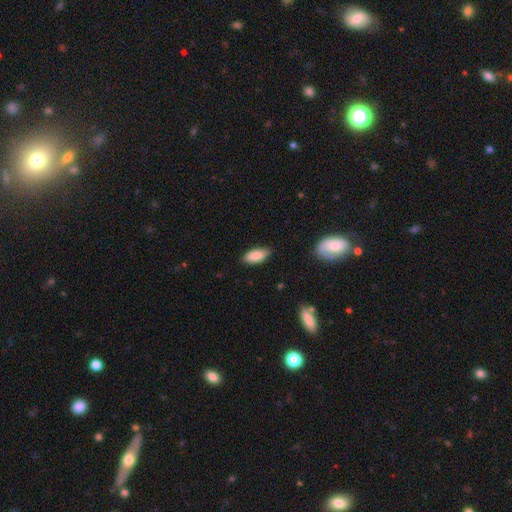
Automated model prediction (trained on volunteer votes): smooth-or-featured: smooth: 88% | star or artifact: 7% | featured or disk: 5%
  how-rounded: in between: 86% | cigar-shaped: 12% | round: 2%
  merging: none: 83% | minor disturbance: 13% | major disturbance: 2% | merger: 1%